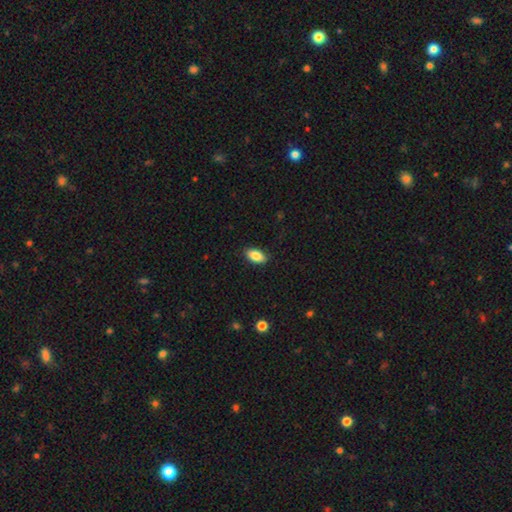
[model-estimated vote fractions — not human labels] smooth 86%, star or artifact 7%, featured or disk 7%. Down the decision tree: how rounded — in between (93%); merging — none (87%).